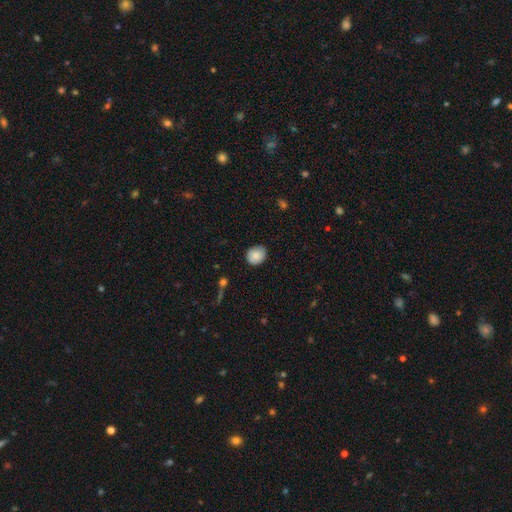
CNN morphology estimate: Smooth or featured?
  - smooth: 85% *
  - star or artifact: 8%
  - featured or disk: 7%
How rounded?
  - round: 65% *
  - in between: 34%
  - cigar-shaped: 1%
Merging?
  - none: 81% *
  - minor disturbance: 15%
  - major disturbance: 2%
  - merger: 1%